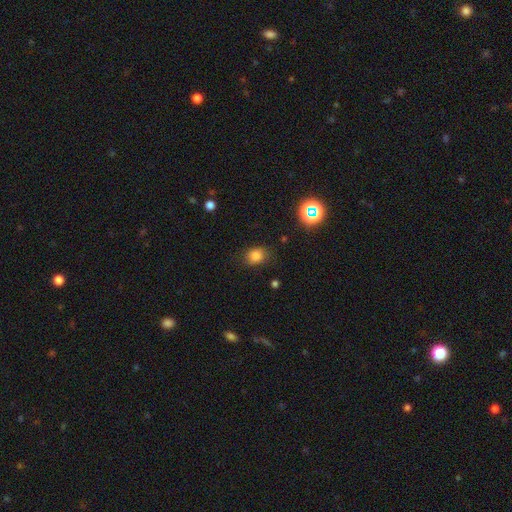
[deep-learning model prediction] smooth 80%, star or artifact 14%, featured or disk 6%. Down the decision tree: how rounded — round (51%); merging — none (80%).